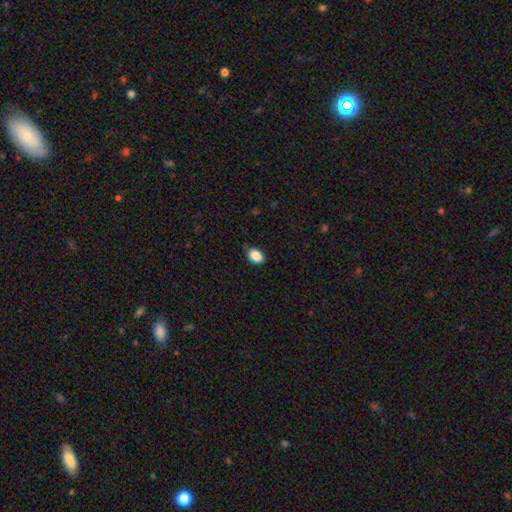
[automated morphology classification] A smooth galaxy with no disk features (88%) that is in between round and cigar-shaped (77%). Merging: none (75%).